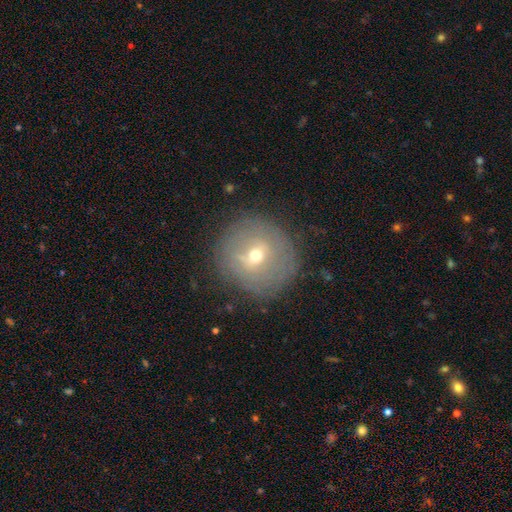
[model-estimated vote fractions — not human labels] This is possibly a featured or disk galaxy (48%). Merging: clearly none (80%).